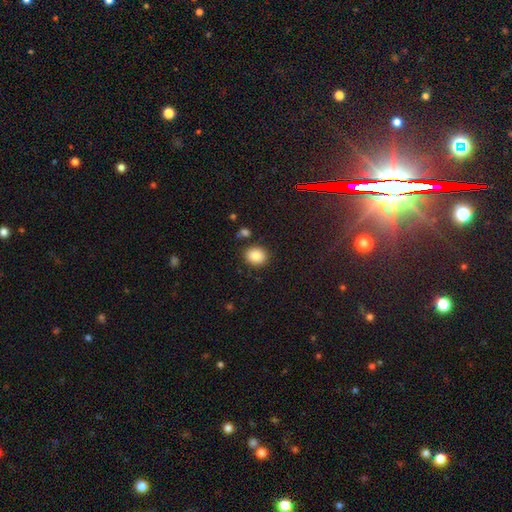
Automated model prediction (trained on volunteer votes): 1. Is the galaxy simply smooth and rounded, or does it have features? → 87% smooth, 9% star or artifact, 4% featured or disk.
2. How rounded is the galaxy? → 59% round, 40% in between, 1% cigar-shaped.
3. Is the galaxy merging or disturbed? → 85% none, 9% minor disturbance, 3% merger, 3% major disturbance.